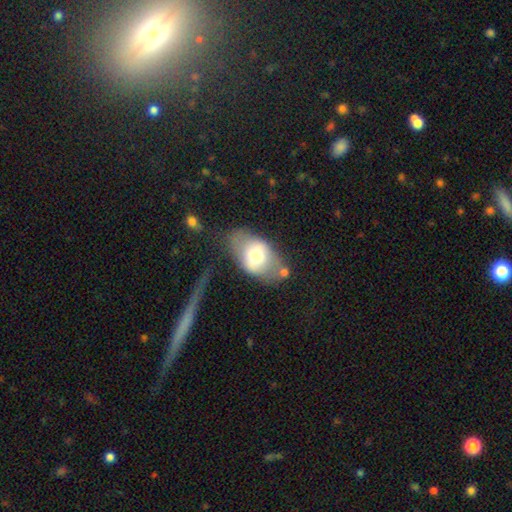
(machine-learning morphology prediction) Smooth or featured? Predicted: smooth (p=0.62). How rounded? Predicted: in between (p=0.88). Merging? Predicted: none (p=0.48).